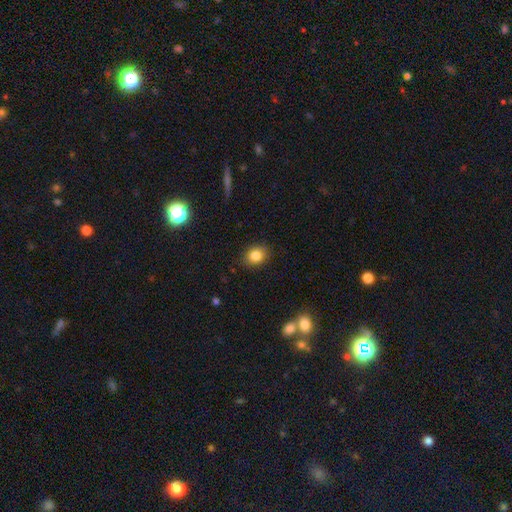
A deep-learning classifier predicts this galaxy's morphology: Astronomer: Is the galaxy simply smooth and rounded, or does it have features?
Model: smooth — 84%.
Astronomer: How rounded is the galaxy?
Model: round — 56% (runner-up: in between, 43%).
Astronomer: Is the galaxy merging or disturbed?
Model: none — 87%.